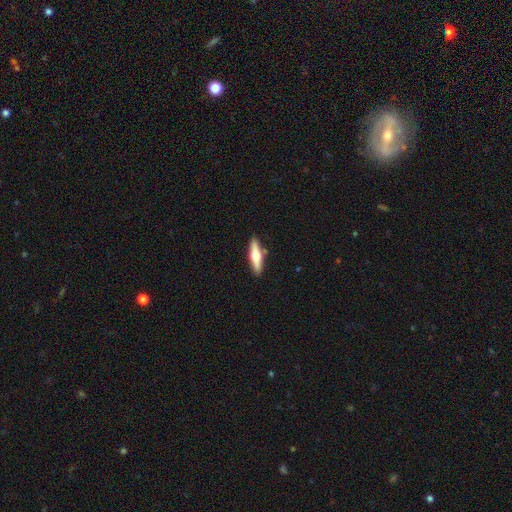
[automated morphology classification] Smooth or featured: featured or disk — 54% (smooth — 41%)
Edge-on disk: yes — 93% (no — 7%)
Edge-on bulge: rounded — 94% (boxy — 3%)
Merging: none — 86% (minor disturbance — 9%)